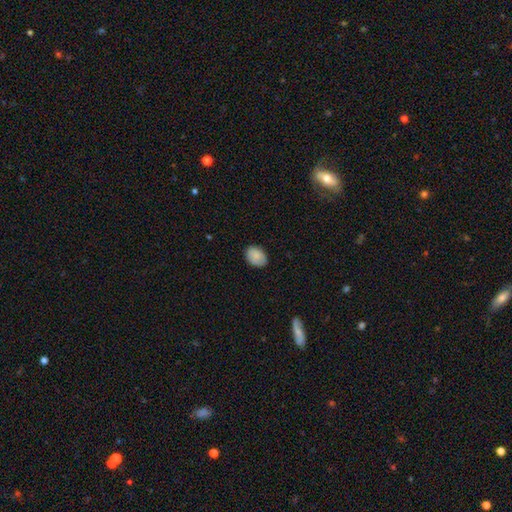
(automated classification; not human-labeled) A smooth galaxy with no disk features (88%) that is in between round and cigar-shaped (75%).

Vote fractions:
- Smooth or featured? smooth: 88% / star or artifact: 7% / featured or disk: 5%
- How rounded? in between: 75% / round: 24% / cigar-shaped: 1%
- Merging? none: 83% / minor disturbance: 13% / major disturbance: 3% / merger: 1%